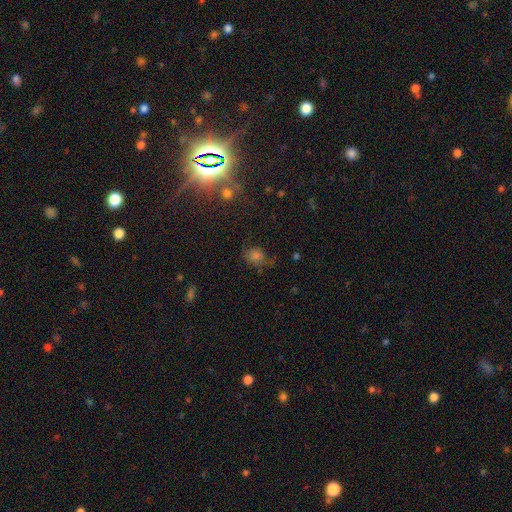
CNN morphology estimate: smooth 48%, star or artifact 39%, featured or disk 13%. Down the decision tree: merging — none (65%).